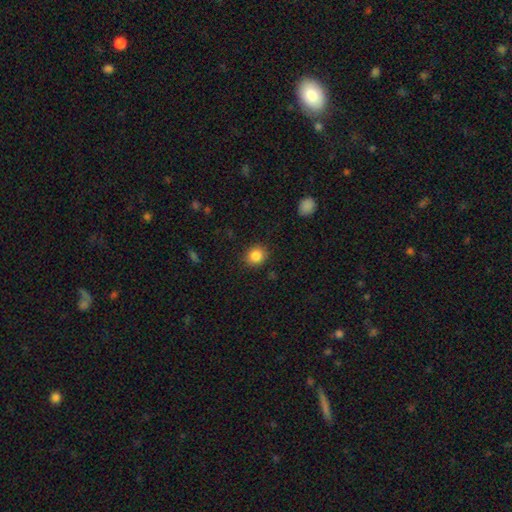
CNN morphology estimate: smooth-or-featured: smooth: 85% | star or artifact: 10% | featured or disk: 5%
  how-rounded: round: 78% | in between: 21% | cigar-shaped: 1%
  merging: none: 89% | minor disturbance: 8% | major disturbance: 2% | merger: 1%